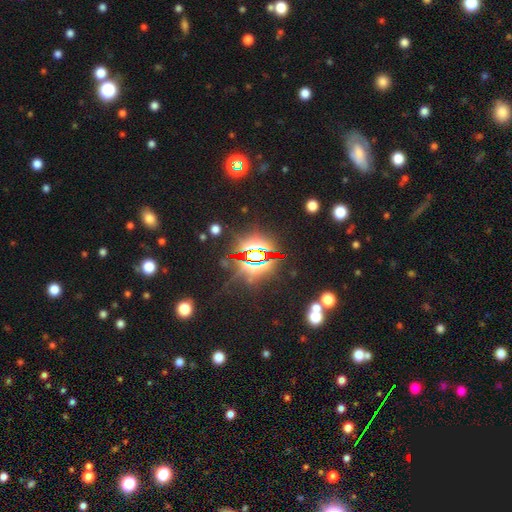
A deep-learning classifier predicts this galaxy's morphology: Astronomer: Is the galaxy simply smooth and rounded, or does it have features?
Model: star or artifact — 82%.